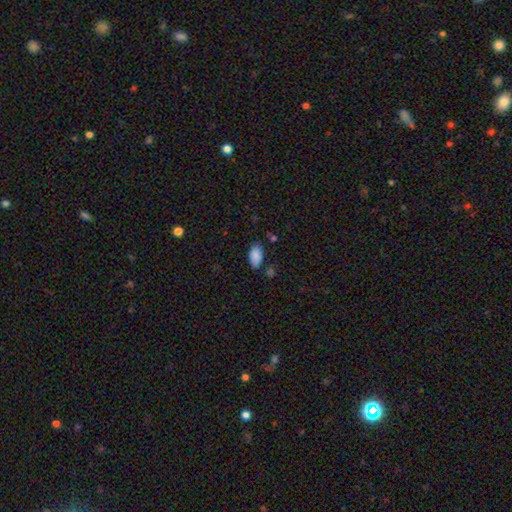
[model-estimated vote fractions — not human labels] Smooth or featured?
  - smooth: 87% *
  - star or artifact: 8%
  - featured or disk: 5%
How rounded?
  - in between: 94% *
  - round: 4%
  - cigar-shaped: 3%
Merging?
  - none: 72% *
  - minor disturbance: 19%
  - merger: 5%
  - major disturbance: 4%